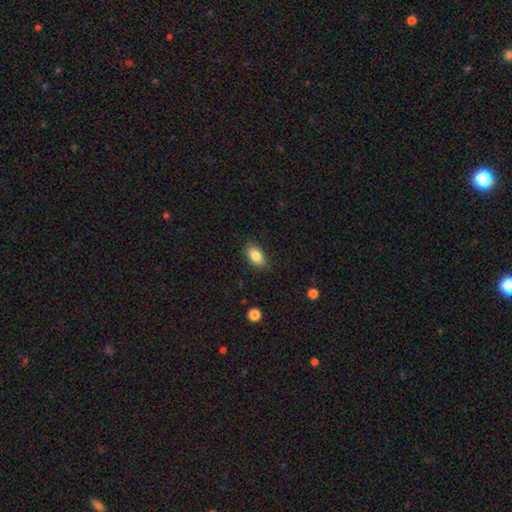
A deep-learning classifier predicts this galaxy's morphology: A smooth galaxy with no disk features (84%) that is in between round and cigar-shaped (90%). Merging: none (84%).